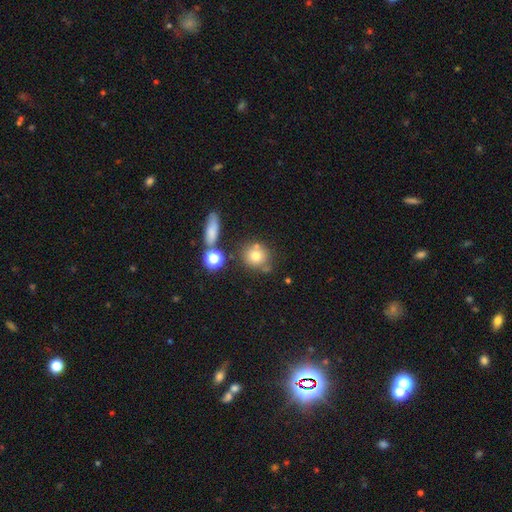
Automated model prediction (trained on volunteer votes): smooth 72%, star or artifact 14%, featured or disk 13%. Down the decision tree: how rounded — round (84%); merging — none (67%).